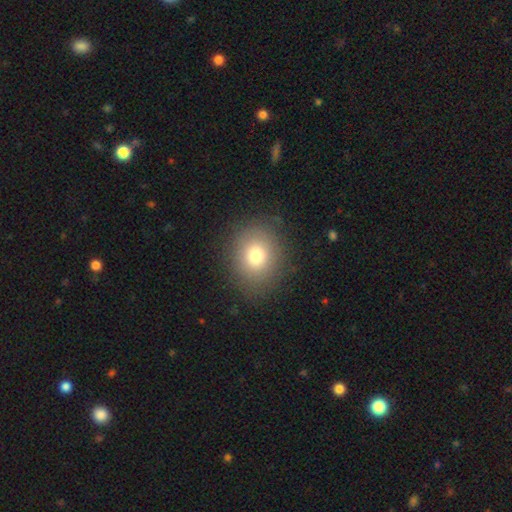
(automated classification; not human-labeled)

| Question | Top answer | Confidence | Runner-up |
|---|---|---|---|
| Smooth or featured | smooth | 78% | star or artifact (11%) |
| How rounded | round | 66% | in between (33%) |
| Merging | none | 86% | minor disturbance (9%) |